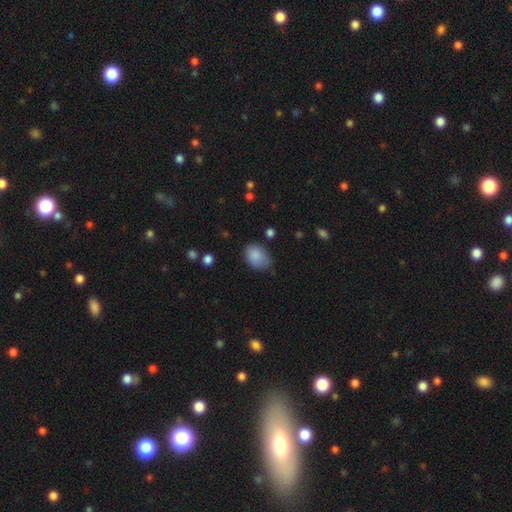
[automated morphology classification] Smooth or featured? Predicted: smooth (p=0.86). How rounded? Predicted: in between (p=0.77). Merging? Predicted: none (p=0.58).